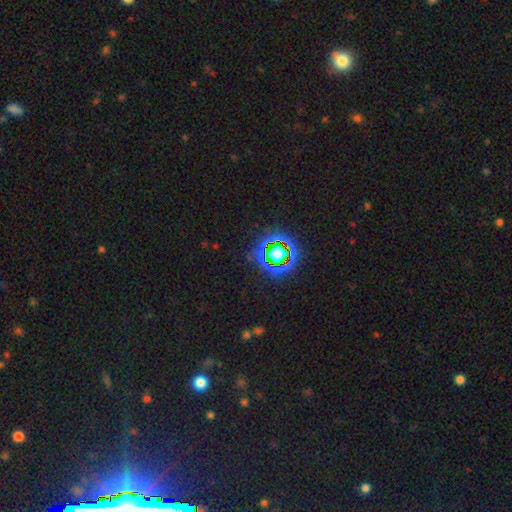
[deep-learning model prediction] Morphology: type=star or artifact (77%).